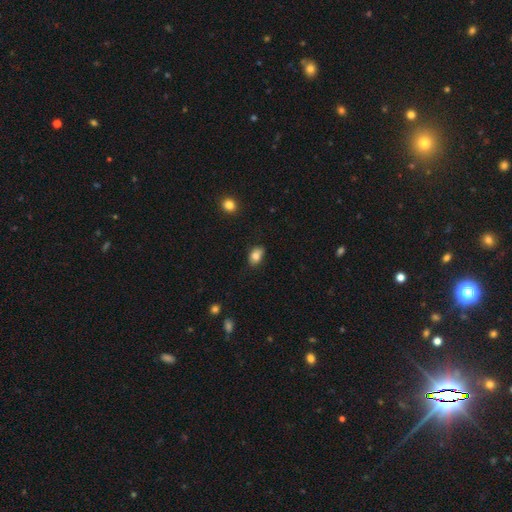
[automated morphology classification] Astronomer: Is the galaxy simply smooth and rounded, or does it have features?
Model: smooth — 83%.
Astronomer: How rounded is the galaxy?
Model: in between — 83%.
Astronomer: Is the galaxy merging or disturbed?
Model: none — 70%.